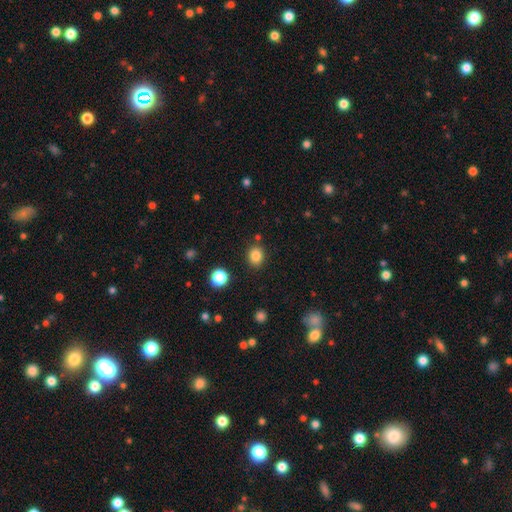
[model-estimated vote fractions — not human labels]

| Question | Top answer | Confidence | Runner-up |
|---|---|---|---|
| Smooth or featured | smooth | 84% | star or artifact (11%) |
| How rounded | round | 68% | in between (31%) |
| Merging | none | 85% | minor disturbance (8%) |